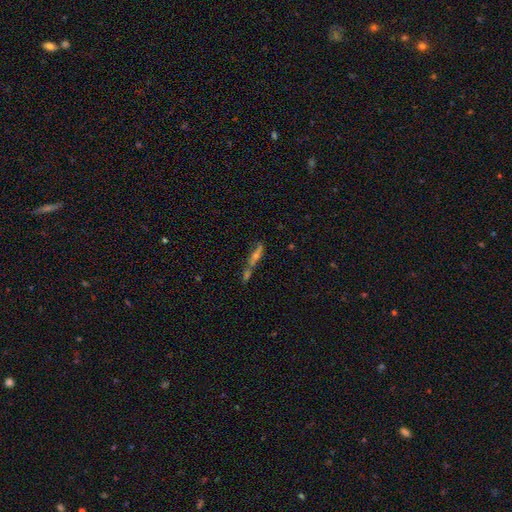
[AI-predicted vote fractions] Smooth or featured? Predicted: featured or disk (p=0.51). Edge-on disk? Predicted: yes (p=0.61). Merging? Predicted: merger (p=0.41).